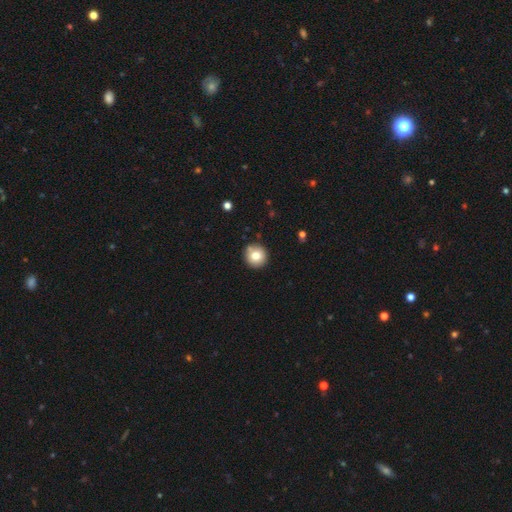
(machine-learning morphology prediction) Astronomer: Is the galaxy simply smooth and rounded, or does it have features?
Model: smooth — 78%.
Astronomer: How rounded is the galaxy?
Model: round — 95%.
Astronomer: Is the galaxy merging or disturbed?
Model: none — 87%.